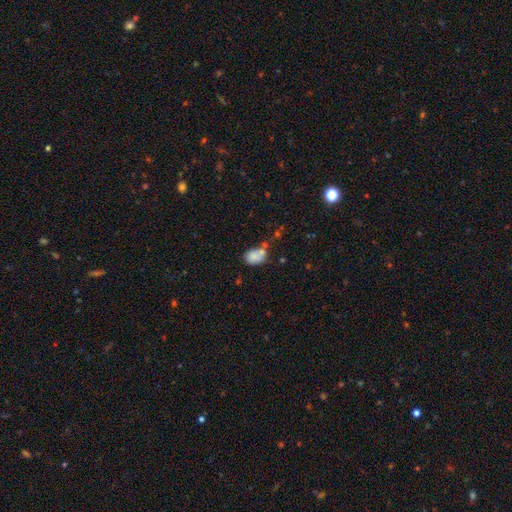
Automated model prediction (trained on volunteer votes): Q: Smooth or featured?
A: smooth (76%); runner-up: featured or disk (14%)
Q: How rounded?
A: in between (69%); runner-up: round (29%)
Q: Merging?
A: none (37%); runner-up: merger (33%)